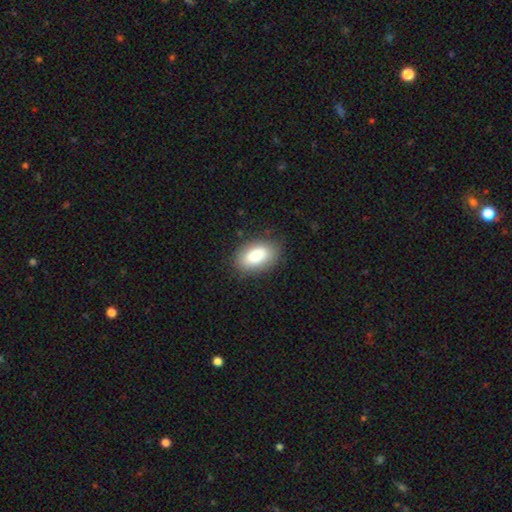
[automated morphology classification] smooth-or-featured: smooth: 82% | featured or disk: 11% | star or artifact: 7%
  how-rounded: in between: 91% | round: 7% | cigar-shaped: 2%
  merging: none: 83% | minor disturbance: 12% | major disturbance: 3% | merger: 1%